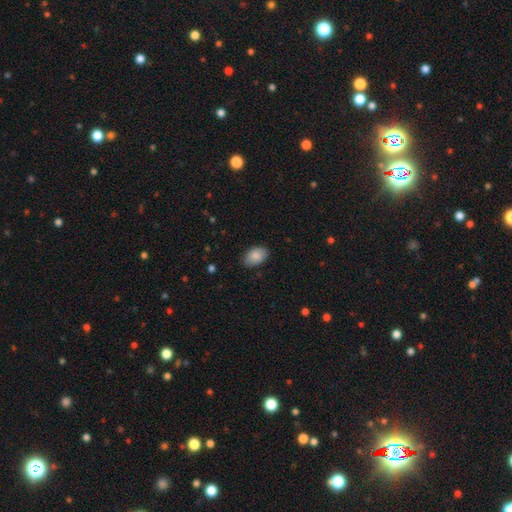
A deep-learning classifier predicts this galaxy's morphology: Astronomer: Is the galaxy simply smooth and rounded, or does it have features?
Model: smooth — 87%.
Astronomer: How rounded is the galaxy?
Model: in between — 91%.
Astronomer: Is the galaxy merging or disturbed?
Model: none — 84%.